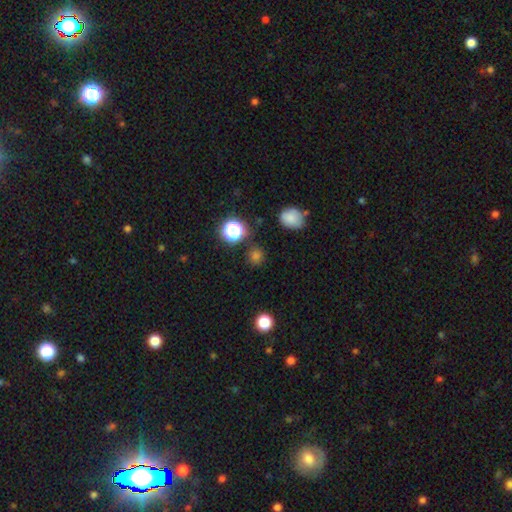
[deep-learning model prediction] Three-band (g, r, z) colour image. It shows a smooth galaxy with no disk features (69%) that is round (86%). Merging: none (83%).